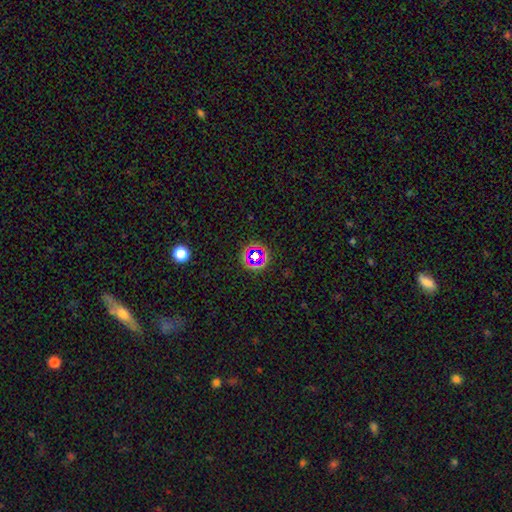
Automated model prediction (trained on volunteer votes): Overall: star or artifact (54%; smooth 31%).